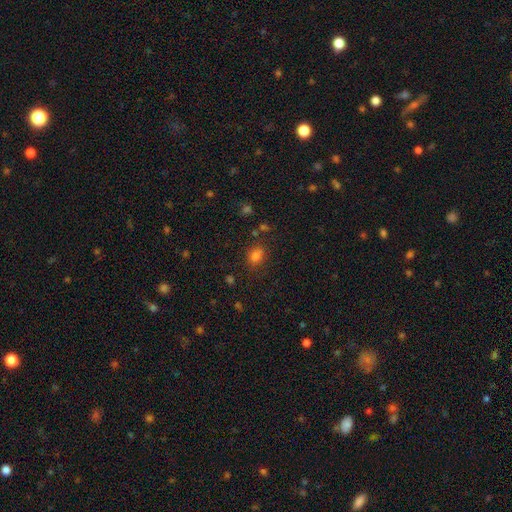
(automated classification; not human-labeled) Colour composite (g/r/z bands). It shows a smooth galaxy with no disk features (78%) that is in between round and cigar-shaped (62%). Merging: none (75%).